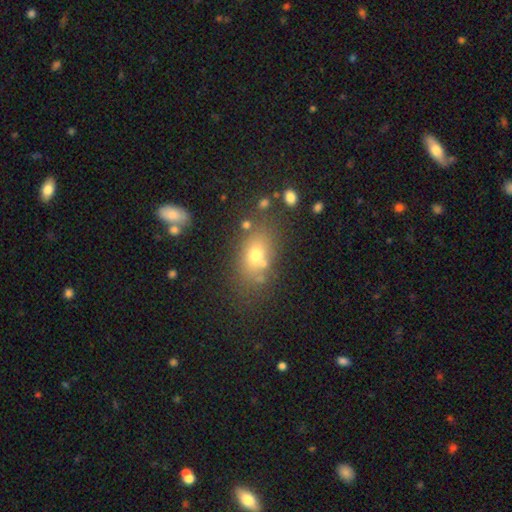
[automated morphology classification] smooth_or_featured: smooth (p=0.67) [alt: featured or disk p=0.18]
how_rounded: in between (p=0.74) [alt: round p=0.22]
merging: none (p=0.68) [alt: minor disturbance p=0.14]